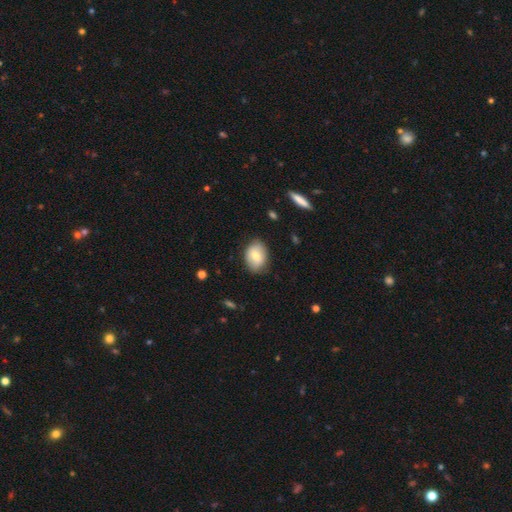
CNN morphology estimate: Smooth or featured?
  - smooth: 71% *
  - featured or disk: 22%
  - star or artifact: 7%
How rounded?
  - in between: 76% *
  - round: 22%
  - cigar-shaped: 1%
Merging?
  - none: 81% *
  - minor disturbance: 15%
  - major disturbance: 3%
  - merger: 1%